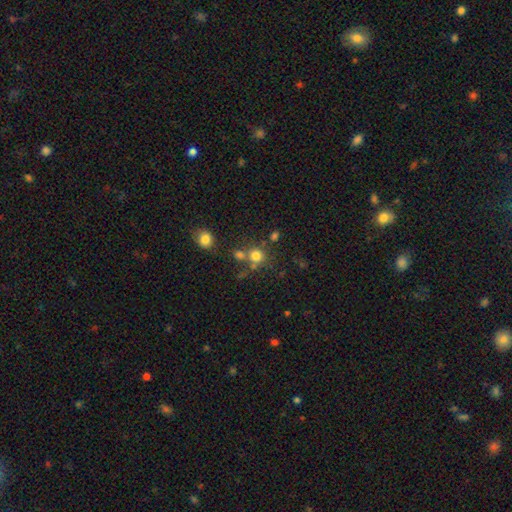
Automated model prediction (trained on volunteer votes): smooth-or-featured: smooth: 75% | star or artifact: 16% | featured or disk: 9%
  how-rounded: round: 88% | in between: 12% | cigar-shaped: 1%
  merging: none: 60% | merger: 25% | minor disturbance: 10% | major disturbance: 5%